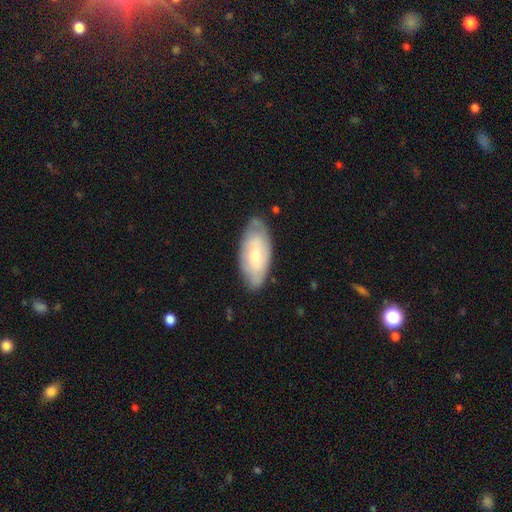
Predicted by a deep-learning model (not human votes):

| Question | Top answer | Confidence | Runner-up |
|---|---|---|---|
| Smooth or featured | smooth | 51% | featured or disk (43%) |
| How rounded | in between | 89% | cigar-shaped (9%) |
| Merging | none | 72% | minor disturbance (22%) |